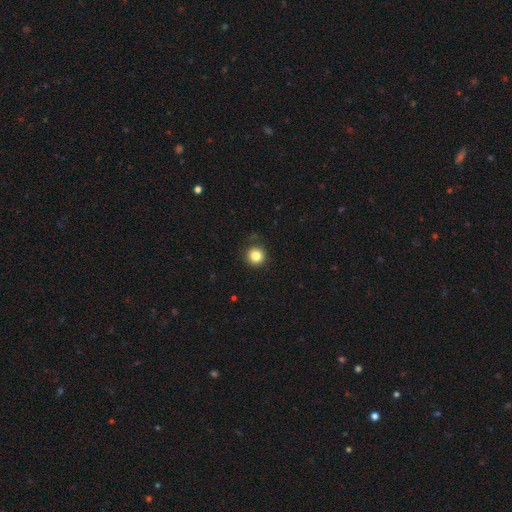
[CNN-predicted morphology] The model was most divided on "smooth or featured": smooth: 84%, star or artifact: 11%, featured or disk: 5%. More confident: how rounded — round (95%); merging — none (87%).